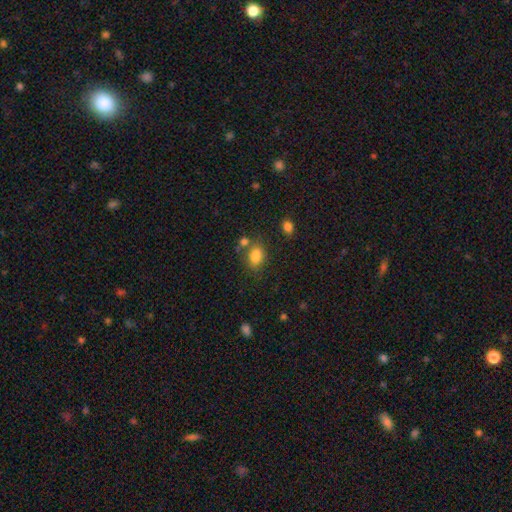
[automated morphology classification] The model was most divided on "merging": none: 61%, minor disturbance: 17%, merger: 16%, major disturbance: 6%. More confident: smooth or featured — smooth (82%); how rounded — in between (76%).